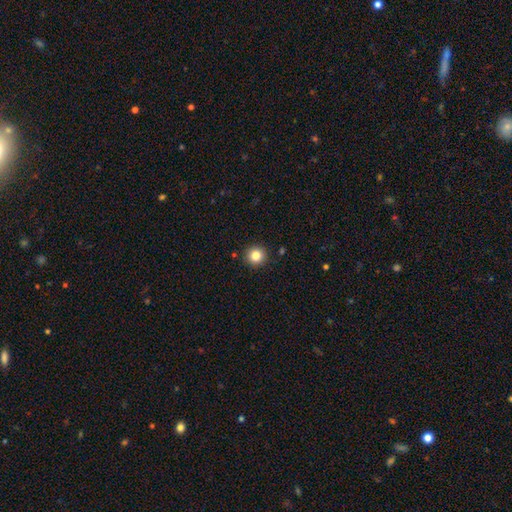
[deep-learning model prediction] This appears to be a smooth galaxy with no disk features (83%) that is round (95%). Merging: none (91%).